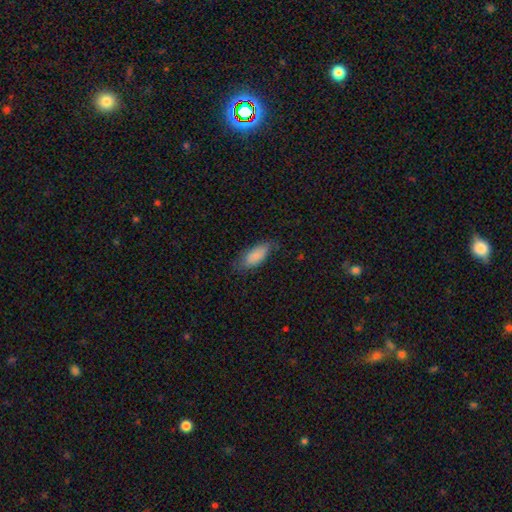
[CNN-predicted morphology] Smooth or featured?
  - smooth: 82% *
  - featured or disk: 12%
  - star or artifact: 6%
How rounded?
  - in between: 85% *
  - cigar-shaped: 13%
  - round: 2%
Merging?
  - none: 67% *
  - minor disturbance: 25%
  - major disturbance: 7%
  - merger: 1%